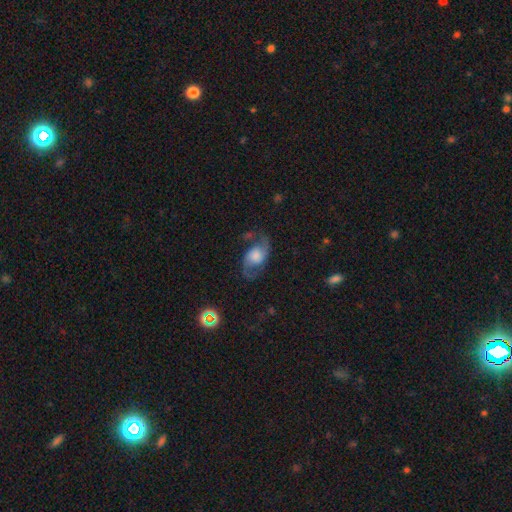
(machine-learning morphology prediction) A featured or disk galaxy (76%) with no bar (63%), 2 (92%) loose (53%) spiral arms (93%) and a large central bulge (38%). Merging: none (67%).